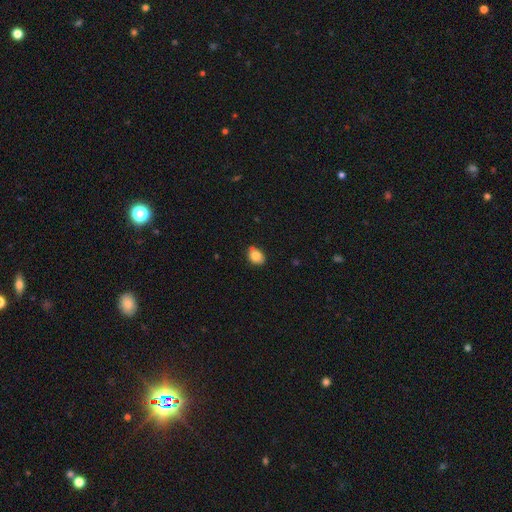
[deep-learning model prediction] Smooth or featured? Predicted: smooth (p=0.84). How rounded? Predicted: in between (p=0.66). Merging? Predicted: none (p=0.68).